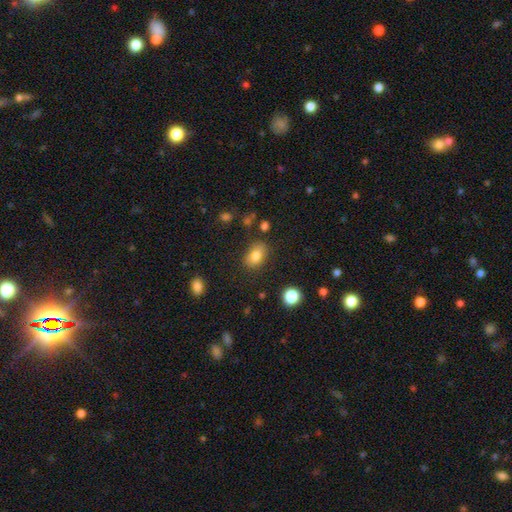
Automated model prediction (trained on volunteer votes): Q: Smooth or featured?
A: smooth (80%); runner-up: star or artifact (10%)
Q: How rounded?
A: in between (77%); runner-up: round (21%)
Q: Merging?
A: none (76%); runner-up: minor disturbance (17%)